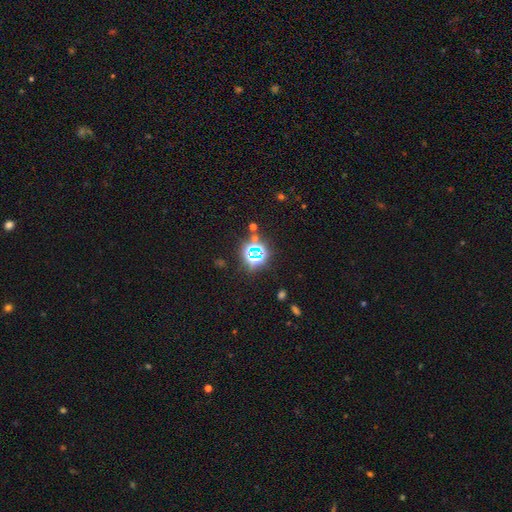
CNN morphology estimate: Overall: star or artifact (72%).